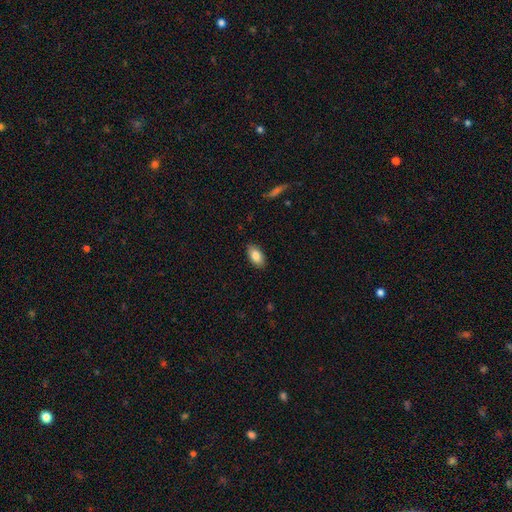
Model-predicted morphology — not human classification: A smooth galaxy with no disk features (84%) that is in between round and cigar-shaped (93%).

Vote fractions:
- Smooth or featured? smooth: 84% / featured or disk: 9% / star or artifact: 7%
- How rounded? in between: 93% / round: 4% / cigar-shaped: 3%
- Merging? none: 89% / minor disturbance: 9% / major disturbance: 2% / merger: 1%